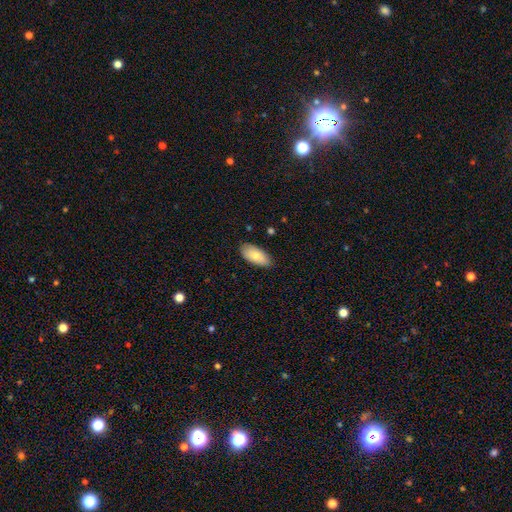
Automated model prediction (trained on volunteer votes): Morphology: type=smooth (79%); roundness=in between (92%); merging=none (84%).